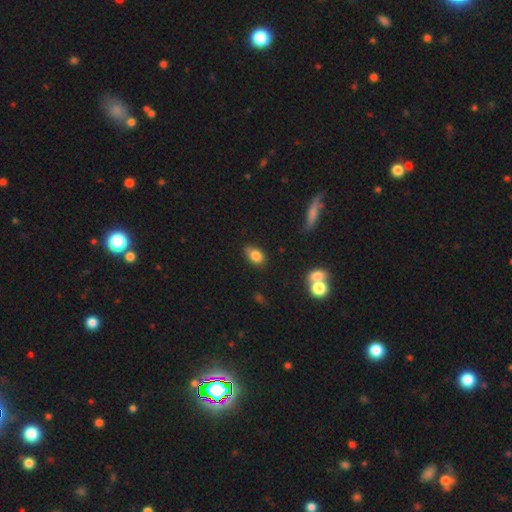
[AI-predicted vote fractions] Morphology: type=smooth (82%); roundness=in between (80%); merging=none (68%).